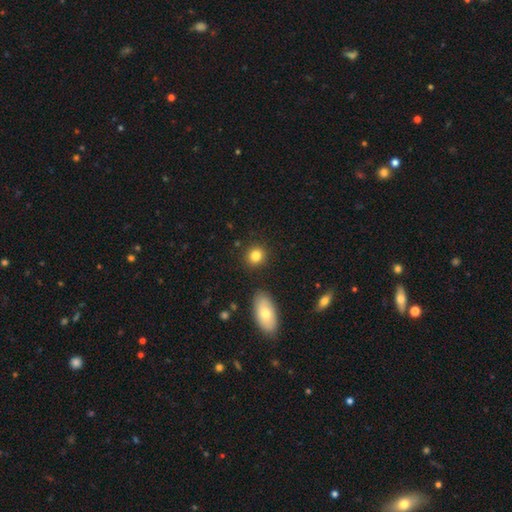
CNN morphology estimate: Smooth or featured: smooth — 83% (star or artifact — 10%)
How rounded: round — 82% (in between — 17%)
Merging: none — 88% (minor disturbance — 7%)